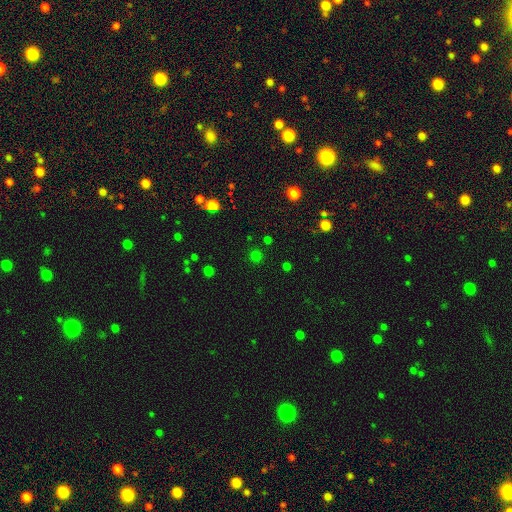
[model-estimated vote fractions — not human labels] Morphology: type=smooth (66%); roundness=round (93%); merging=none (89%).